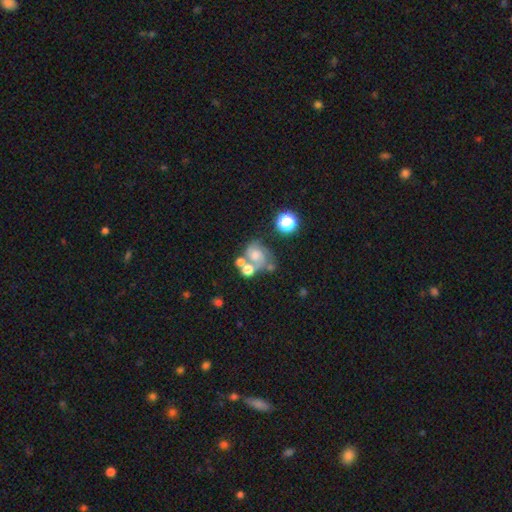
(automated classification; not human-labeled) Smooth or featured? featured or disk (47%)
Merging? merger (34%, tied with none)